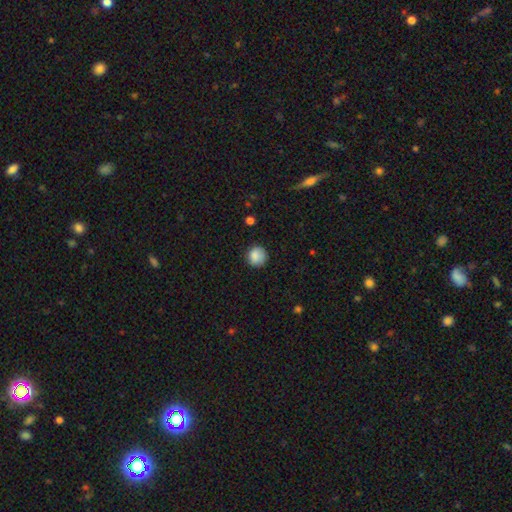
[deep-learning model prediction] A smooth galaxy with no disk features (86%) that is round (89%). Merging: none (80%).